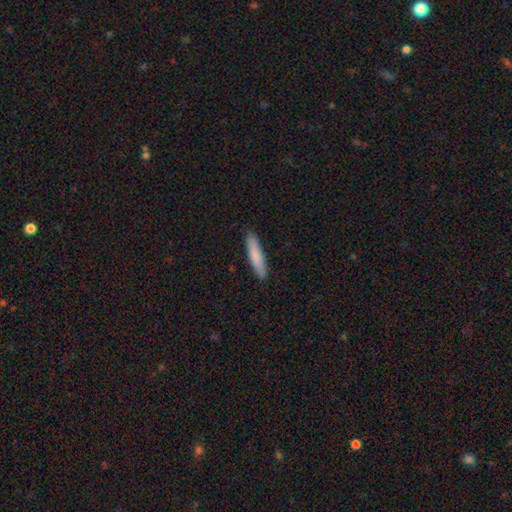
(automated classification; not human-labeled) Smooth or featured?
  - smooth: 82% *
  - featured or disk: 13%
  - star or artifact: 5%
How rounded?
  - cigar-shaped: 87% *
  - in between: 12%
  - round: 1%
Merging?
  - none: 89% *
  - minor disturbance: 8%
  - major disturbance: 2%
  - merger: 1%